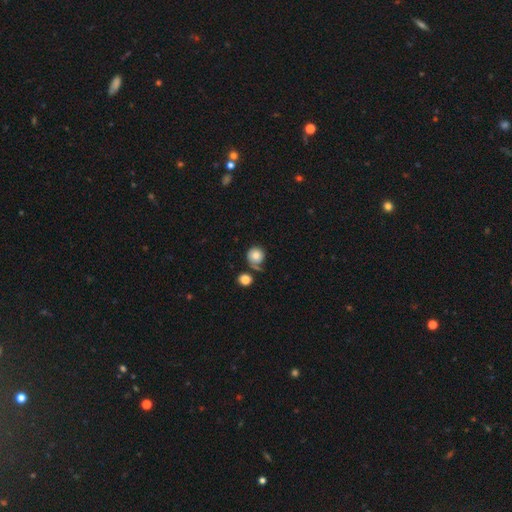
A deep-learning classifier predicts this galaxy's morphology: The model was most divided on "merging": none: 52%, minor disturbance: 19%, merger: 16%, major disturbance: 12%. More confident: how rounded — round (89%); smooth or featured — smooth (76%).